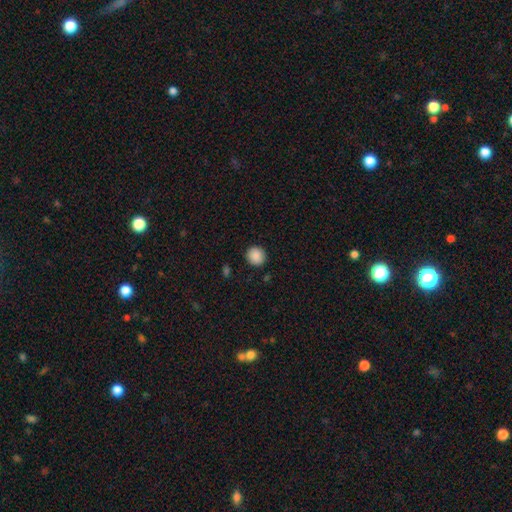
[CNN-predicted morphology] A smooth galaxy with no disk features (89%) that is round (89%).

Vote fractions:
- Smooth or featured? smooth: 89% / star or artifact: 8% / featured or disk: 3%
- How rounded? round: 89% / in between: 10% / cigar-shaped: 1%
- Merging? none: 90% / minor disturbance: 7% / major disturbance: 2% / merger: 1%